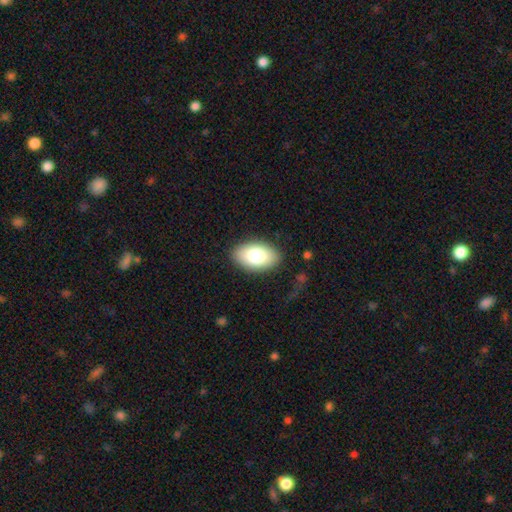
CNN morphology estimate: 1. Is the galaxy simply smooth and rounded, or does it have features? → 80% smooth, 13% featured or disk, 7% star or artifact.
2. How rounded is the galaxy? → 93% in between, 6% round, 1% cigar-shaped.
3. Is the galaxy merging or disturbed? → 86% none, 10% minor disturbance, 3% major disturbance, 1% merger.